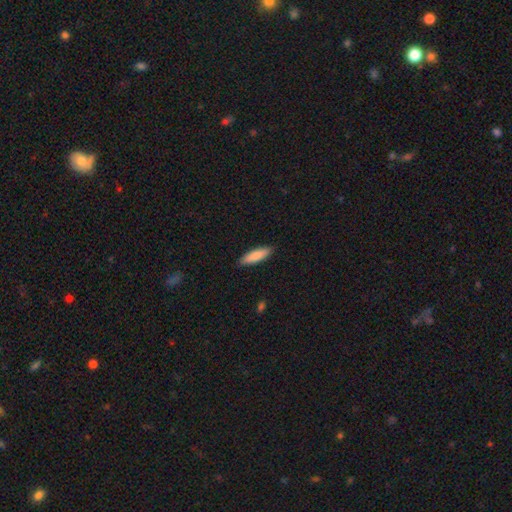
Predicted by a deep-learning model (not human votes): Q: Smooth or featured?
A: smooth (85%); runner-up: featured or disk (10%)
Q: How rounded?
A: cigar-shaped (59%); runner-up: in between (39%)
Q: Merging?
A: none (88%); runner-up: minor disturbance (9%)